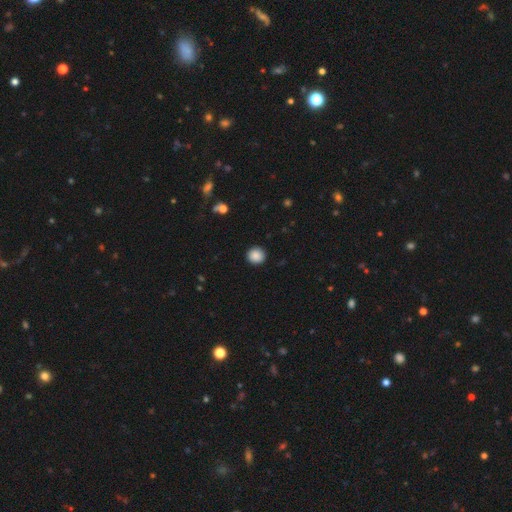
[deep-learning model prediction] Overall: smooth (88%). How rounded: round (93%). Merging: none (92%).